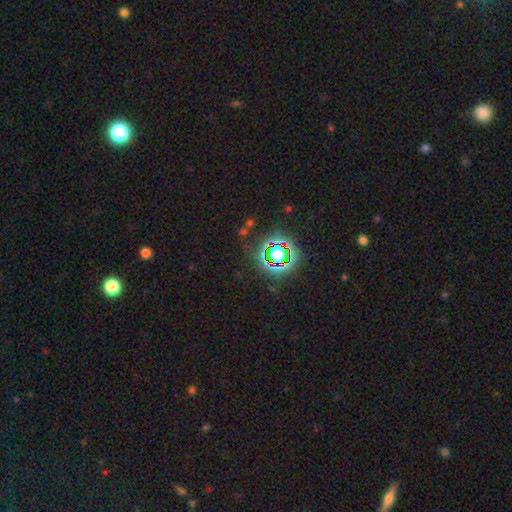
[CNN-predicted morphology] A star or artifact, not a galaxy (72%).